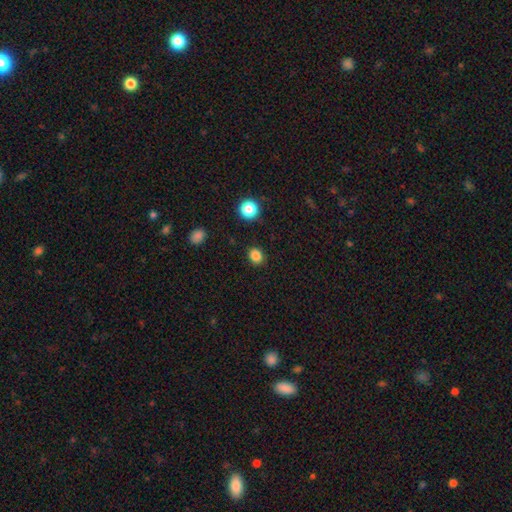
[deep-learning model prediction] Smooth or featured? Predicted: smooth (p=0.84). How rounded? Predicted: round (p=0.64). Merging? Predicted: none (p=0.88).